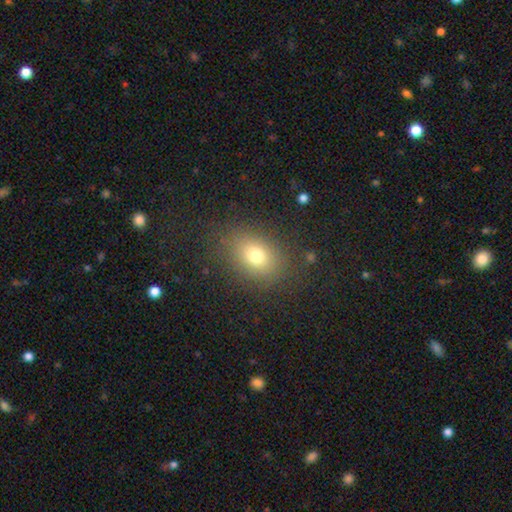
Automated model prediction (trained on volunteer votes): This is likely a smooth galaxy (72%). How rounded: likely in between (61%). Merging: clearly none (81%).